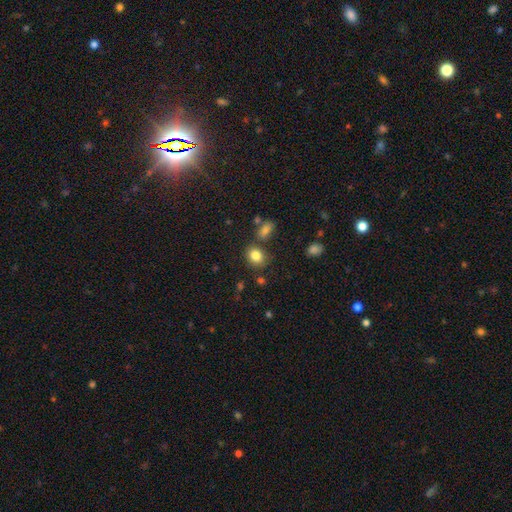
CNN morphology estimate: The model was most divided on "how rounded": round: 50%, in between: 49%, cigar-shaped: 1%. More confident: smooth or featured — smooth (83%); merging — none (72%).